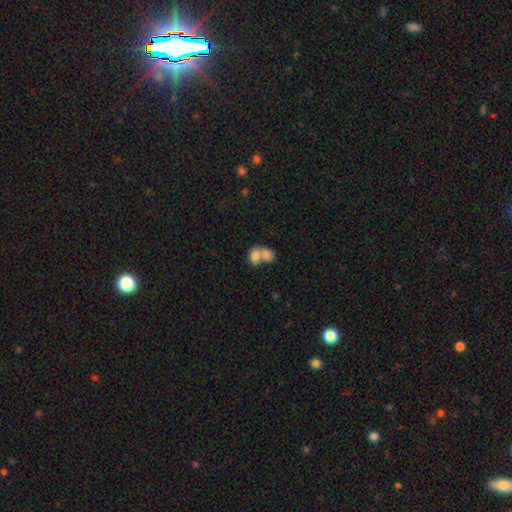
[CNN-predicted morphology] Smooth or featured? Predicted: smooth (p=0.78). How rounded? Predicted: in between (p=0.70). Merging? Predicted: merger (p=0.75).